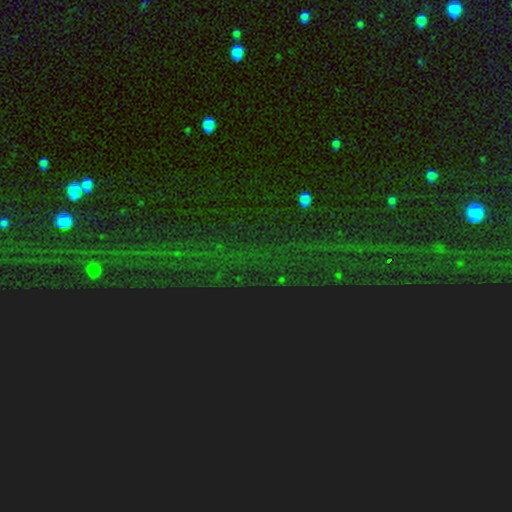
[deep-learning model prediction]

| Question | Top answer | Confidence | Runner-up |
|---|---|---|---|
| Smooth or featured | star or artifact | 82% | featured or disk (10%) |